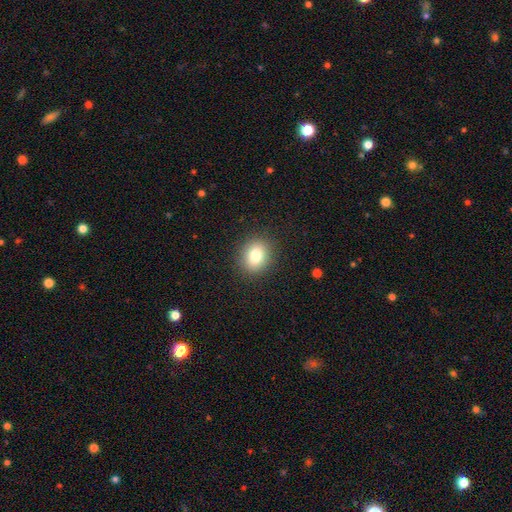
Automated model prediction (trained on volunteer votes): This appears to be a smooth galaxy with no disk features (80%) that is round (63%). Merging: none (89%).